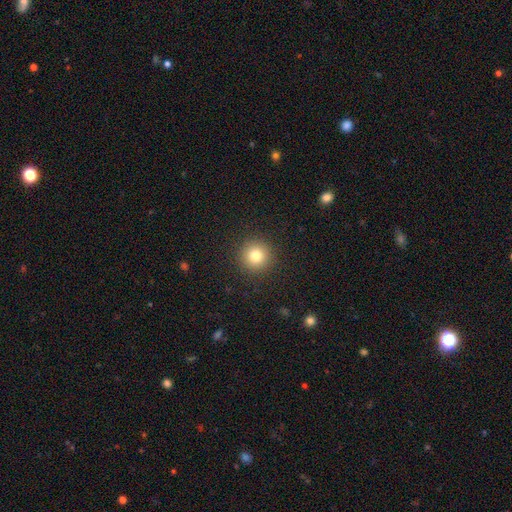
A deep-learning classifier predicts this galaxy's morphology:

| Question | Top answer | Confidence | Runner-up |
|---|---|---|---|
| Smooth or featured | smooth | 80% | star or artifact (12%) |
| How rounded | round | 95% | in between (4%) |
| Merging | none | 92% | minor disturbance (5%) |